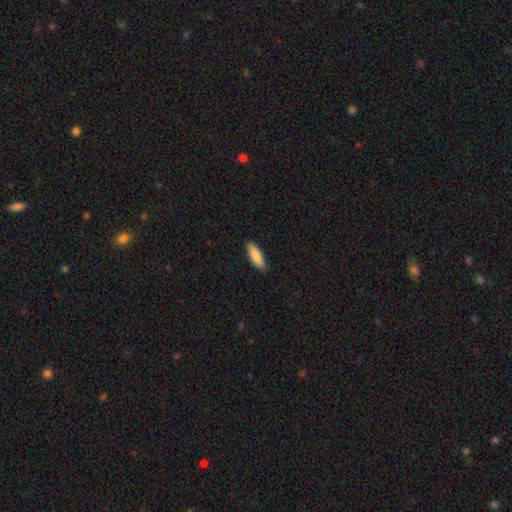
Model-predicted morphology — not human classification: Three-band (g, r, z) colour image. It shows a smooth galaxy with no disk features (87%) that is in between round and cigar-shaped (61%). Merging: none (84%).